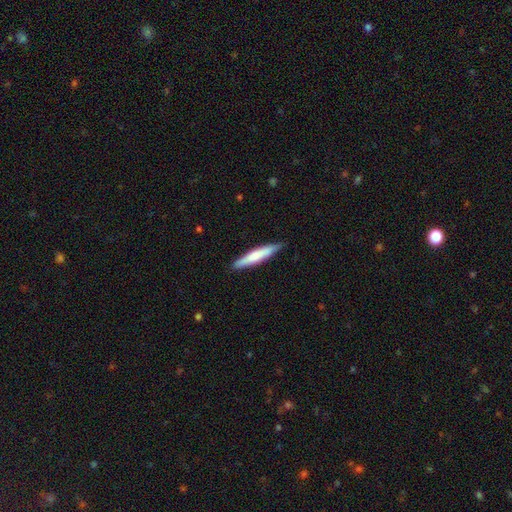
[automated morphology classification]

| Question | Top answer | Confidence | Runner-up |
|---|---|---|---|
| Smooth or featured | smooth | 64% | featured or disk (30%) |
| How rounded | cigar-shaped | 90% | in between (8%) |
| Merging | none | 86% | minor disturbance (11%) |